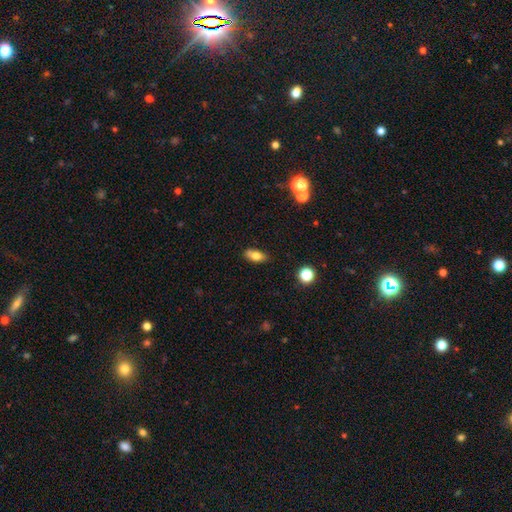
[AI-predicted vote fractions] Smooth or featured? smooth (74%)
How rounded? in between (83%)
Merging? none (73%)